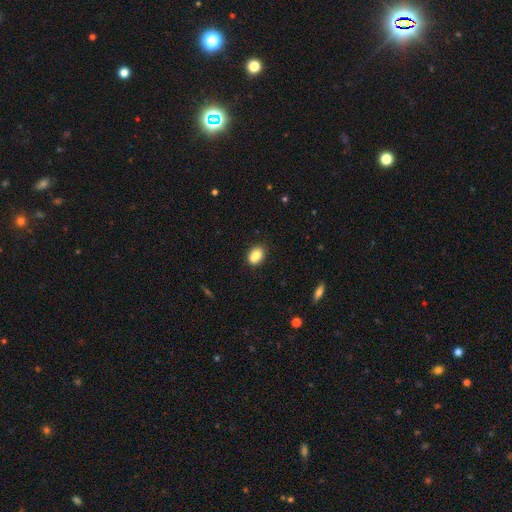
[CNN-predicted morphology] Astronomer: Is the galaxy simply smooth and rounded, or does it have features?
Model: smooth — 81%.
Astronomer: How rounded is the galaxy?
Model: in between — 69%.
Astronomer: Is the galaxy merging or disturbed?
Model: none — 63%.